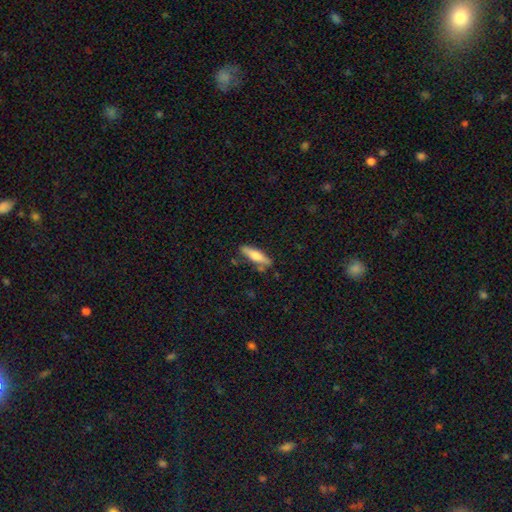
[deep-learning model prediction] Q: Smooth or featured?
A: smooth (71%); runner-up: featured or disk (23%)
Q: How rounded?
A: cigar-shaped (67%); runner-up: in between (31%)
Q: Merging?
A: none (76%); runner-up: minor disturbance (16%)